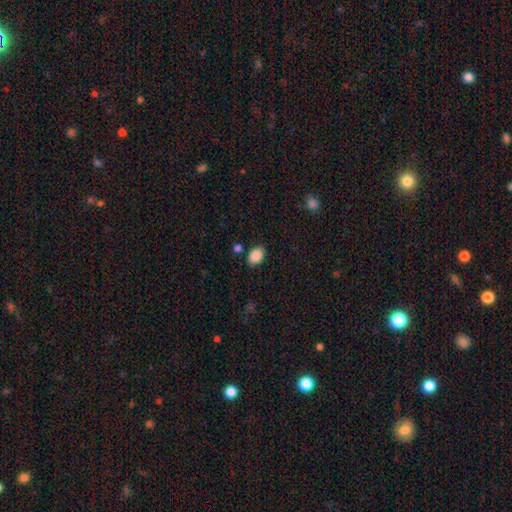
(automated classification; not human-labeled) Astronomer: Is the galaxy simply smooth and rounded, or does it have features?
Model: smooth — 89%.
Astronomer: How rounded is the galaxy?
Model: in between — 84%.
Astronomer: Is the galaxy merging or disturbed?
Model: none — 80%.